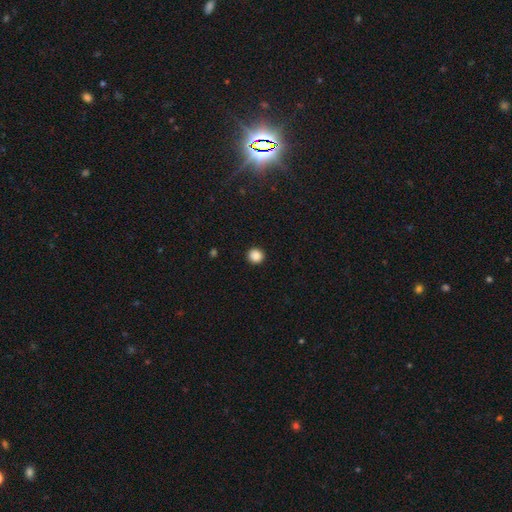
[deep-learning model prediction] Q: Smooth or featured?
A: smooth (88%); runner-up: star or artifact (10%)
Q: How rounded?
A: round (94%); runner-up: in between (5%)
Q: Merging?
A: none (93%); runner-up: minor disturbance (4%)